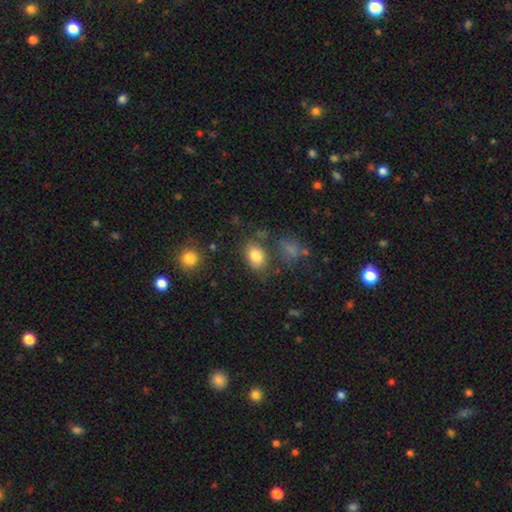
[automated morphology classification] The model was most divided on "merging": none: 68%, minor disturbance: 17%, merger: 8%, major disturbance: 6%. More confident: smooth or featured — smooth (82%); how rounded — in between (80%).